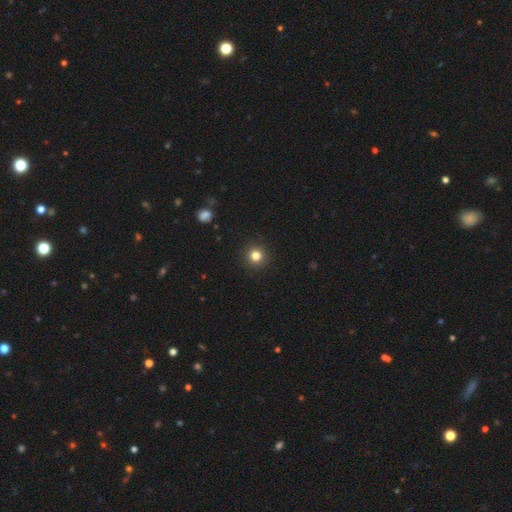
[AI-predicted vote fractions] Morphology: type=smooth (81%); roundness=round (95%); merging=none (93%).